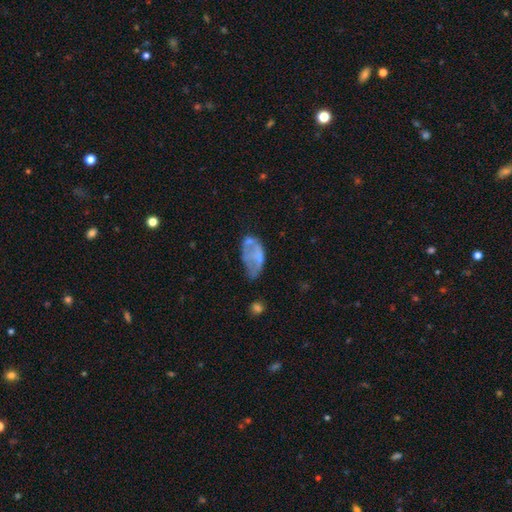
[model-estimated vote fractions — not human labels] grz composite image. It shows a smooth galaxy with no disk features (47%). Merging: major disturbance (30%).